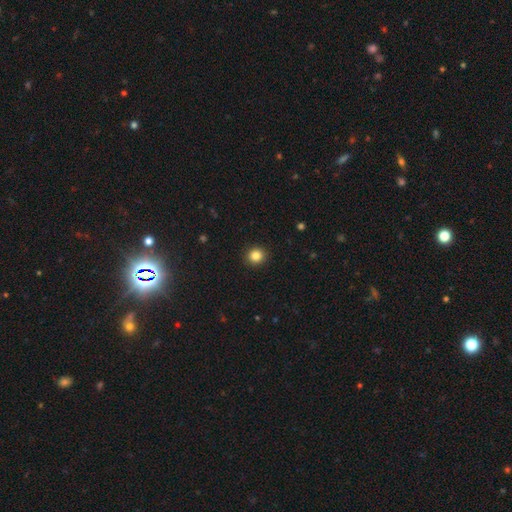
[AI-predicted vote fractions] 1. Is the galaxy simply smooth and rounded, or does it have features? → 85% smooth, 11% star or artifact, 4% featured or disk.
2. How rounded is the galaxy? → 90% round, 9% in between, 1% cigar-shaped.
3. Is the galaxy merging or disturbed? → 92% none, 5% minor disturbance, 2% major disturbance, 1% merger.